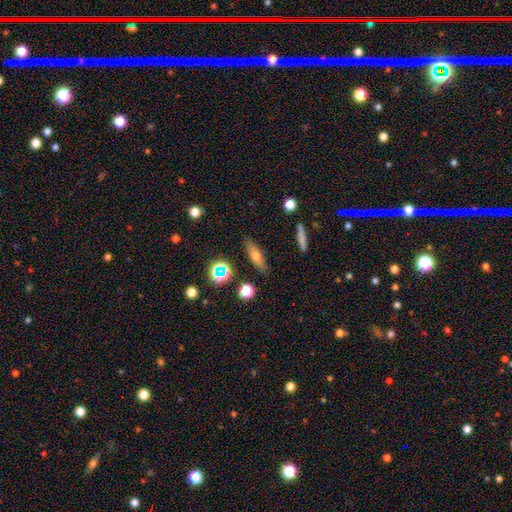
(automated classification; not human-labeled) smooth_or_featured: smooth (p=0.57) [alt: featured or disk p=0.31]
how_rounded: cigar-shaped (p=0.53) [alt: in between p=0.41]
merging: none (p=0.87) [alt: minor disturbance p=0.09]